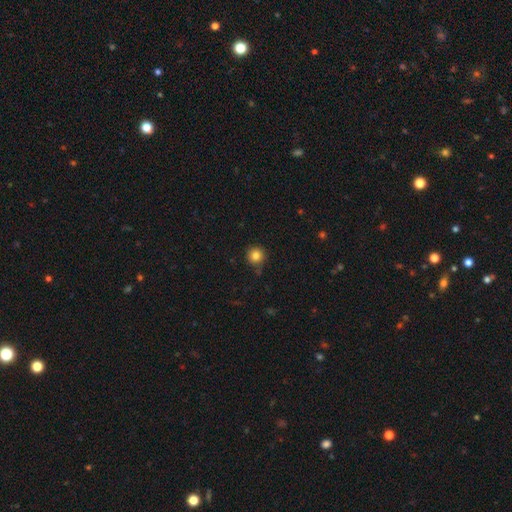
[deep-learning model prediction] Smooth or featured? Predicted: smooth (p=0.83). How rounded? Predicted: round (p=0.94). Merging? Predicted: none (p=0.83).